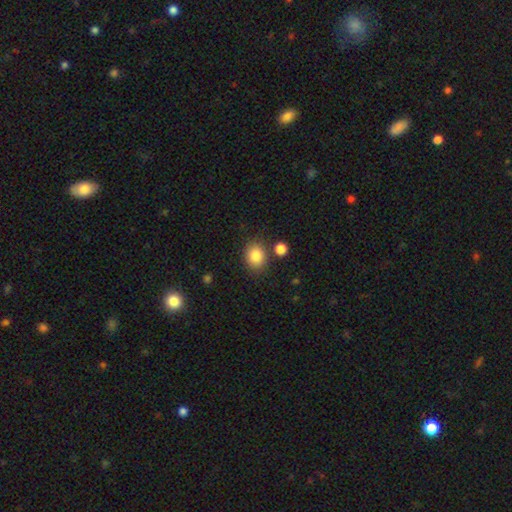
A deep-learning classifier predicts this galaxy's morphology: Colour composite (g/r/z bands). It shows a smooth galaxy with no disk features (85%) that is round (57%). Merging: none (79%).